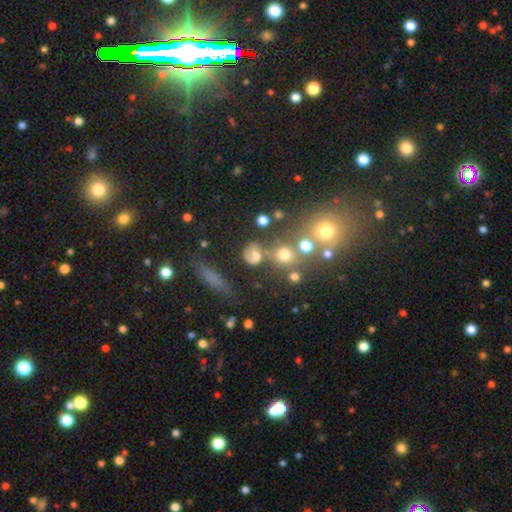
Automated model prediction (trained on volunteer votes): Smooth or featured?
  - smooth: 64% *
  - star or artifact: 21%
  - featured or disk: 15%
How rounded?
  - round: 74% *
  - in between: 22%
  - cigar-shaped: 4%
Merging?
  - none: 61% *
  - merger: 20%
  - minor disturbance: 12%
  - major disturbance: 7%